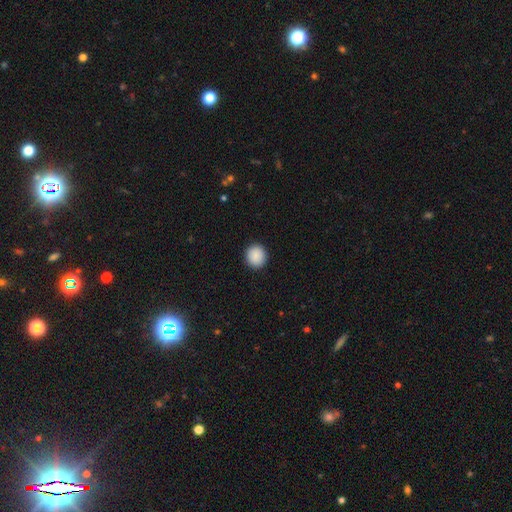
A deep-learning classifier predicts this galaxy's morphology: Q: Smooth or featured?
A: smooth (90%); runner-up: star or artifact (8%)
Q: How rounded?
A: round (92%); runner-up: in between (7%)
Q: Merging?
A: none (93%); runner-up: minor disturbance (5%)